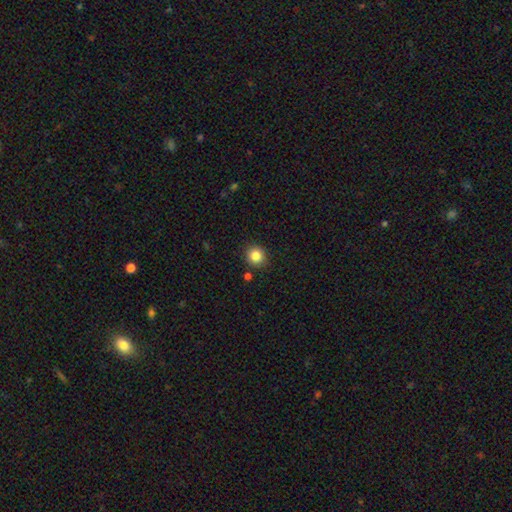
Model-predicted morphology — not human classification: type=smooth (85%); roundness=round (90%); merging=none (88%).